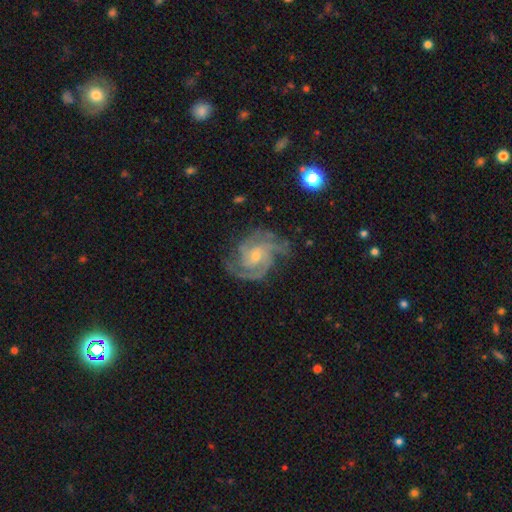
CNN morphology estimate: smooth-or-featured: featured or disk: 91% | star or artifact: 5% | smooth: 4%
  disk-edge-on: no: 98% | yes: 2%
    bar: no: 59% | weak: 33% | strong: 8%
    has-spiral-arms: yes: 98% | no: 2%
      spiral-winding: tight: 48% | medium: 45% | loose: 7%
      spiral-arm-count: 3: 49% | 2: 19% | 4: 13% | can't tell: 9% | 1: 5% | more than 4: 5%
    bulge-size: small: 64% | moderate: 32% | none: 2% | large: 1% | dominant: 1%
  merging: none: 72% | minor disturbance: 19% | major disturbance: 8% | merger: 1%